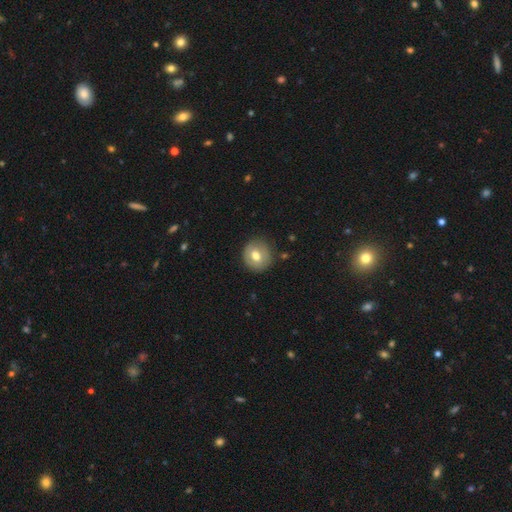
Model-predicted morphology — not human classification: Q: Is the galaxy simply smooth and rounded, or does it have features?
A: smooth — 64%.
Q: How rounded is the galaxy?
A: round — 85%.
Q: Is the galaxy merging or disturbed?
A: none — 84%.